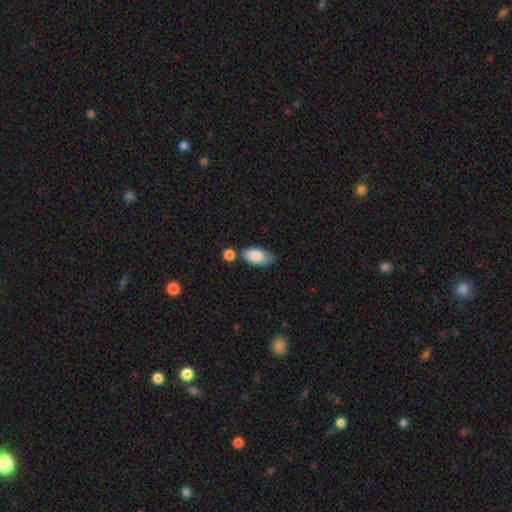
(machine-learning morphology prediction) smooth_or_featured: smooth (p=0.85) [alt: featured or disk p=0.08]
how_rounded: in between (p=0.93) [alt: cigar-shaped p=0.04]
merging: none (p=0.52) [alt: minor disturbance p=0.28]